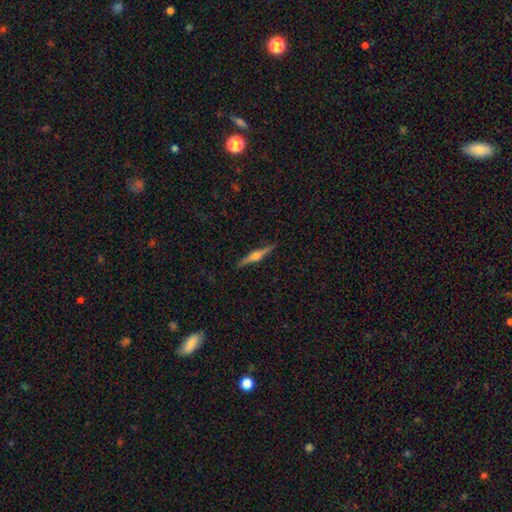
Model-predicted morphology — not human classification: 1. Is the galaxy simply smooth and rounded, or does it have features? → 76% featured or disk, 18% smooth, 6% star or artifact.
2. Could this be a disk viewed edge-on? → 98% yes, 2% no.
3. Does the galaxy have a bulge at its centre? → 91% rounded, 6% boxy, 3% none.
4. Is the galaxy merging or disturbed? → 91% none, 7% minor disturbance, 1% major disturbance, 1% merger.